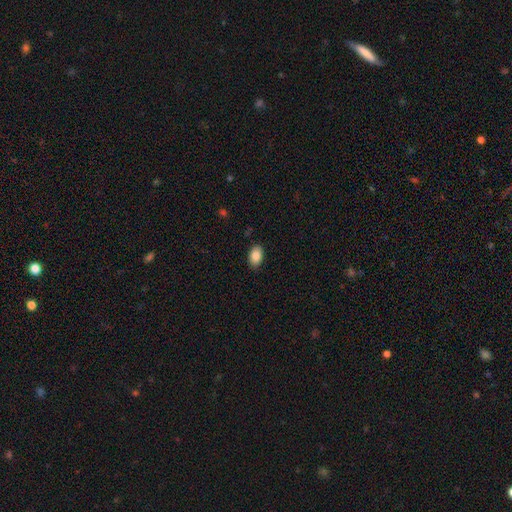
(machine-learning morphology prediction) type=smooth (87%); roundness=in between (89%); merging=none (88%).